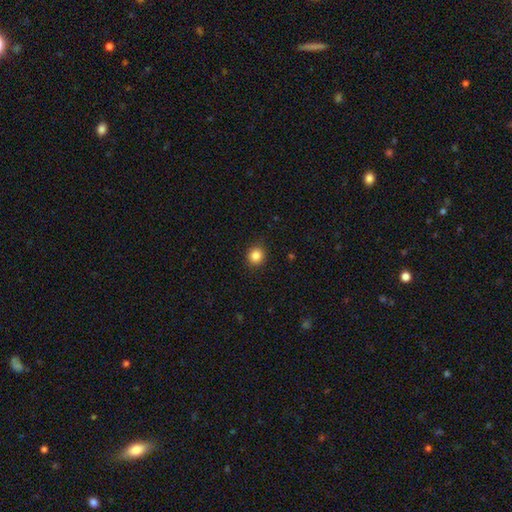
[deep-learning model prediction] Q: Smooth or featured?
A: smooth (85%); runner-up: star or artifact (11%)
Q: How rounded?
A: round (83%); runner-up: in between (16%)
Q: Merging?
A: none (89%); runner-up: minor disturbance (8%)